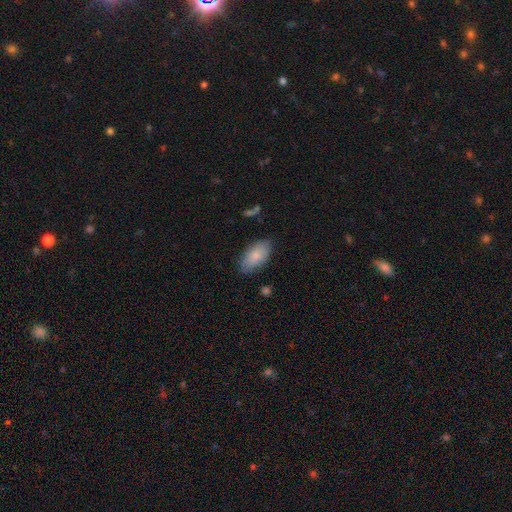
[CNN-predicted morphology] Q: Smooth or featured?
A: smooth (82%); runner-up: featured or disk (12%)
Q: How rounded?
A: in between (94%); runner-up: cigar-shaped (3%)
Q: Merging?
A: none (81%); runner-up: minor disturbance (14%)